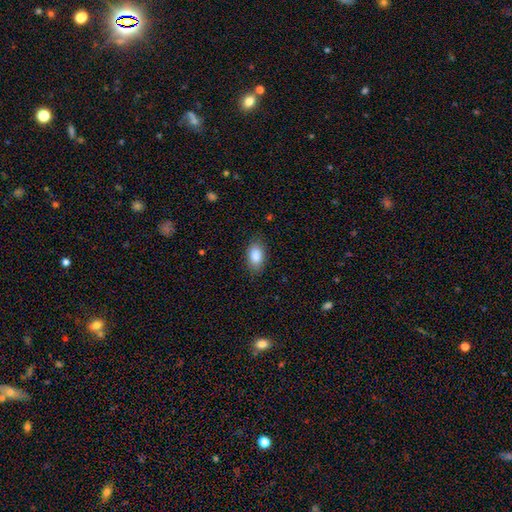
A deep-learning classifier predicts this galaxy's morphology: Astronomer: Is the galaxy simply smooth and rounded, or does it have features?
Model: smooth — 88%.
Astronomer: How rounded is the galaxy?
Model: in between — 91%.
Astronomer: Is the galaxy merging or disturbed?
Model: none — 82%.